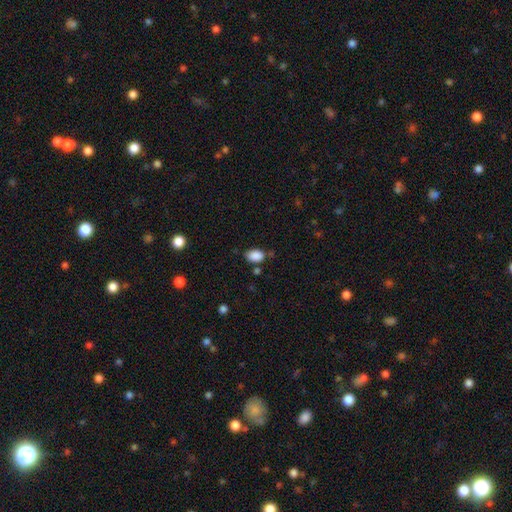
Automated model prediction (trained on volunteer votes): Smooth or featured: smooth — 88% (star or artifact — 8%)
How rounded: in between — 88% (round — 11%)
Merging: none — 72% (minor disturbance — 19%)